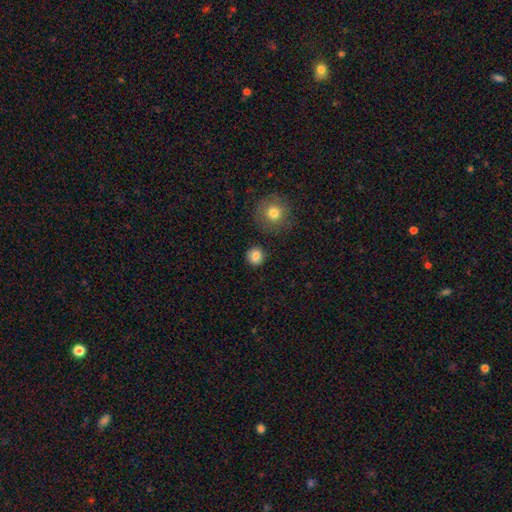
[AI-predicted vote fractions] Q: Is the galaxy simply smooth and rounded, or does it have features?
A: smooth — 82%.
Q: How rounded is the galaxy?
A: round — 90%.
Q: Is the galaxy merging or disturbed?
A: none — 86%.